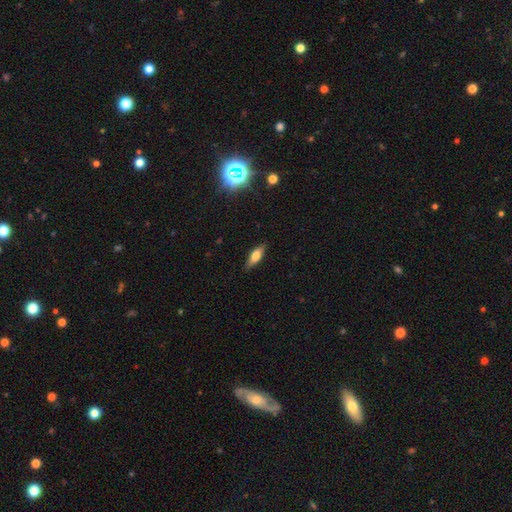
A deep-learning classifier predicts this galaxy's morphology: Smooth or featured? Predicted: smooth (p=0.67). How rounded? Predicted: in between (p=0.60). Merging? Predicted: none (p=0.85).